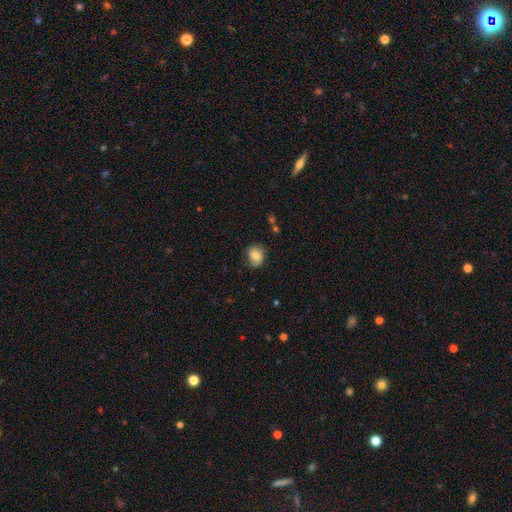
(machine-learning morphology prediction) smooth-or-featured: smooth: 78% | featured or disk: 13% | star or artifact: 9%
  how-rounded: round: 56% | in between: 43% | cigar-shaped: 1%
  merging: none: 74% | minor disturbance: 20% | major disturbance: 4% | merger: 2%